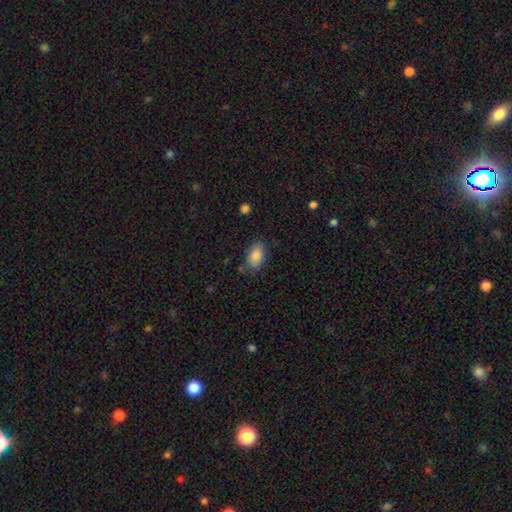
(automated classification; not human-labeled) Smooth or featured: smooth — 87% (star or artifact — 7%)
How rounded: in between — 91% (round — 7%)
Merging: none — 79% (minor disturbance — 14%)